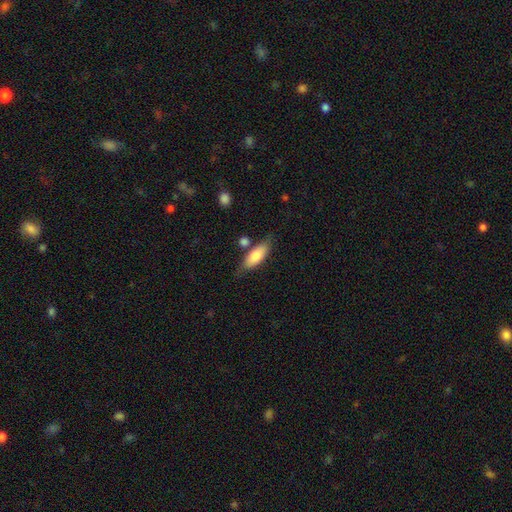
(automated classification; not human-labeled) Smooth or featured? smooth (75%)
How rounded? in between (68%)
Merging? none (70%)